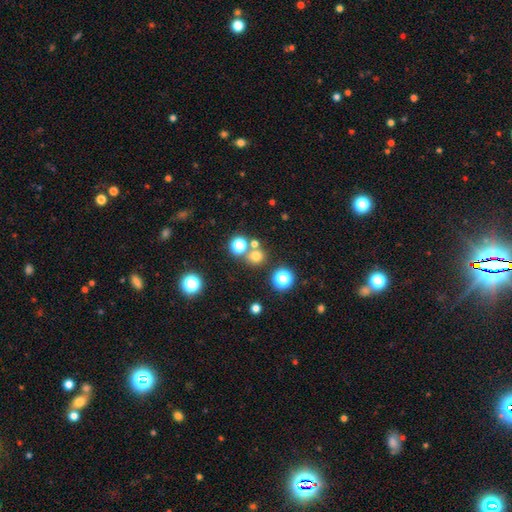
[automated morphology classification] smooth 68%, star or artifact 24%, featured or disk 8%. Down the decision tree: how rounded — round (89%); merging — none (69%).